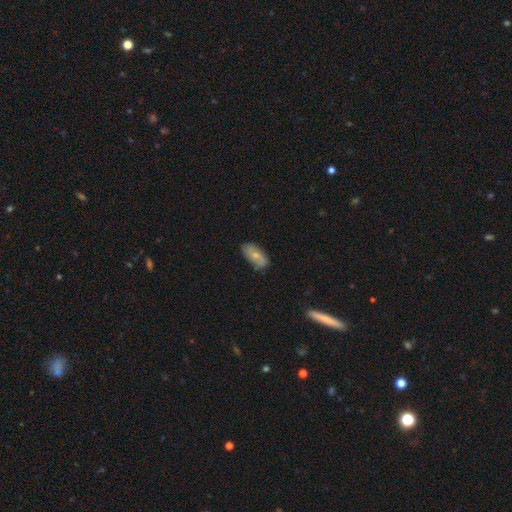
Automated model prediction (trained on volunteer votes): smooth_or_featured: smooth (p=0.59) [alt: featured or disk p=0.34]
how_rounded: in between (p=0.89) [alt: cigar-shaped p=0.07]
merging: none (p=0.74) [alt: minor disturbance p=0.21]